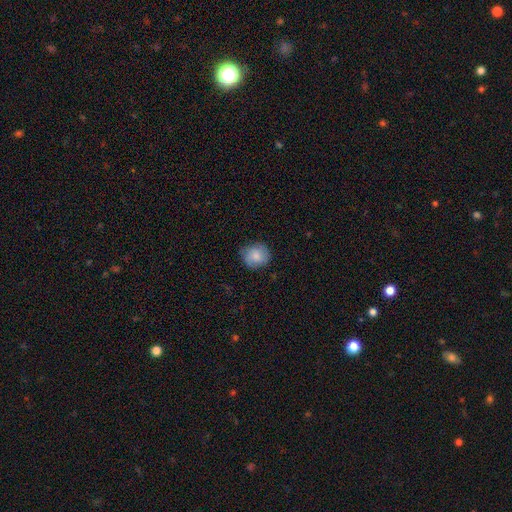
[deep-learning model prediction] Smooth or featured? Predicted: smooth (p=0.81). How rounded? Predicted: round (p=0.82). Merging? Predicted: none (p=0.74).